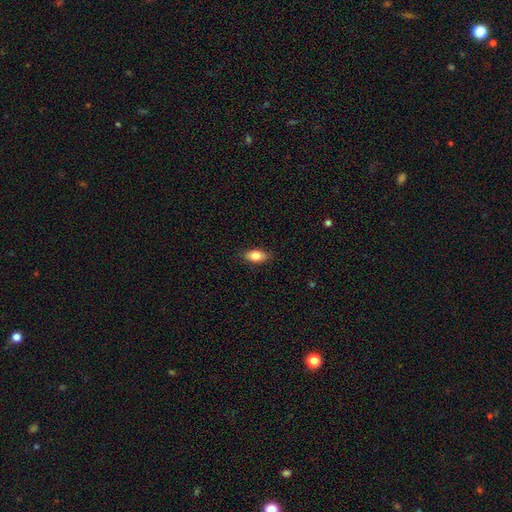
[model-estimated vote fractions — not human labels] Smooth or featured? Predicted: smooth (p=0.82). How rounded? Predicted: in between (p=0.87). Merging? Predicted: none (p=0.86).